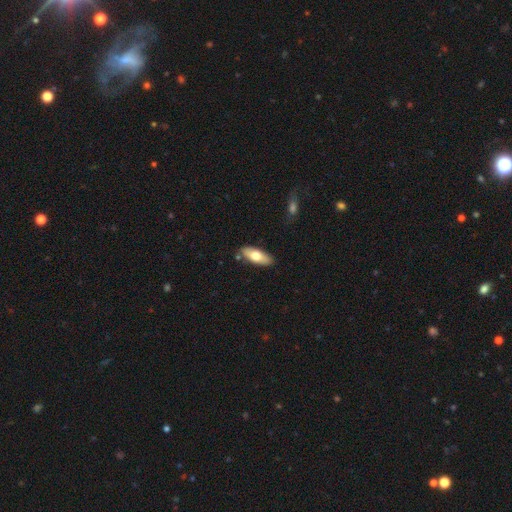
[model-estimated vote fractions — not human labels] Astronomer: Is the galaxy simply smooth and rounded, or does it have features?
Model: smooth — 66%.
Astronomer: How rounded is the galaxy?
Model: in between — 73%.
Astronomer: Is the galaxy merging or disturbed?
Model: none — 84%.